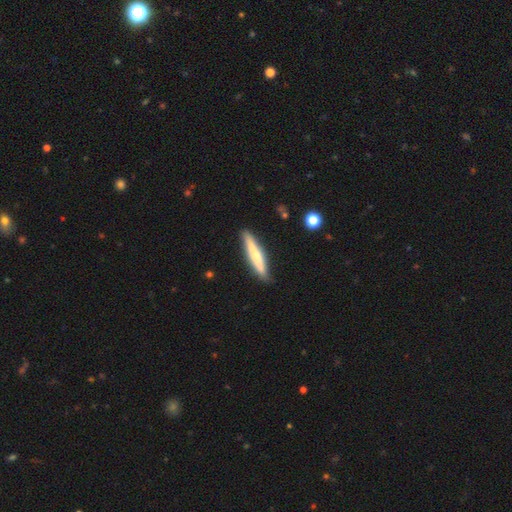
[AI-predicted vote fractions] Morphology: type=featured or disk (50%); edge-on=yes (92%); merging=none (87%).